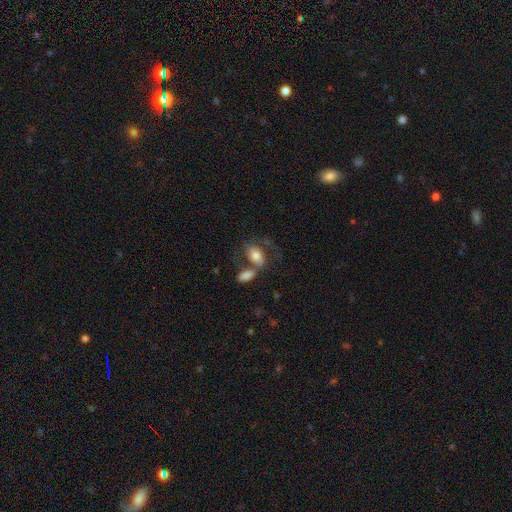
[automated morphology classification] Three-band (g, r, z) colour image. It shows a smooth galaxy with no disk features (64%) that is in between round and cigar-shaped (89%). Merging: merger (46%).